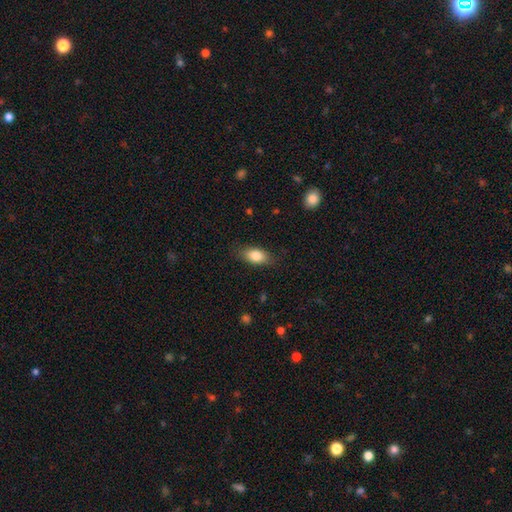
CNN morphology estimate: Smooth or featured? smooth (83%)
How rounded? in between (87%)
Merging? none (82%)